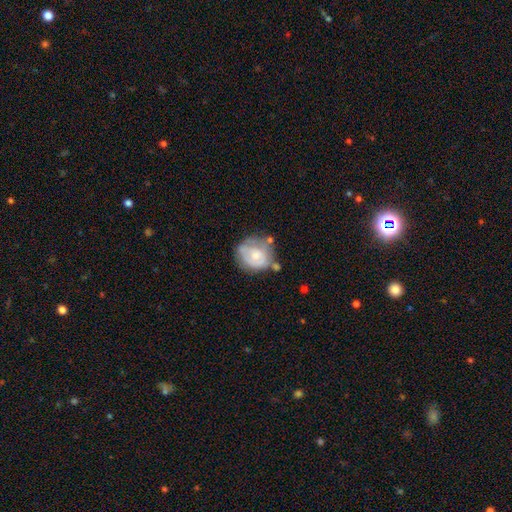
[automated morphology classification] Overall: smooth (50%; featured or disk 43%). Merging: none (44%; minor disturbance 29%).